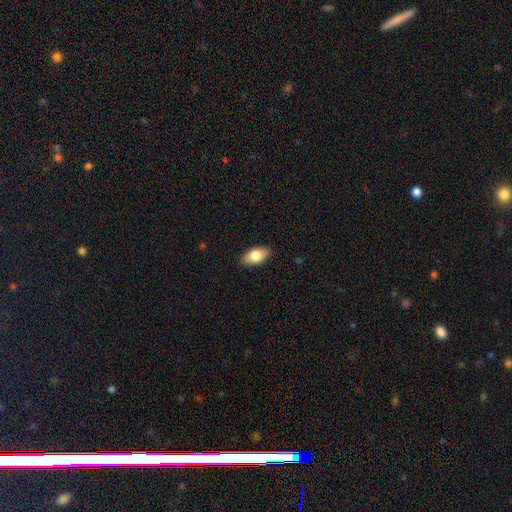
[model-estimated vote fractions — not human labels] smooth 78%, featured or disk 15%, star or artifact 7%. Down the decision tree: how rounded — in between (91%); merging — none (88%).